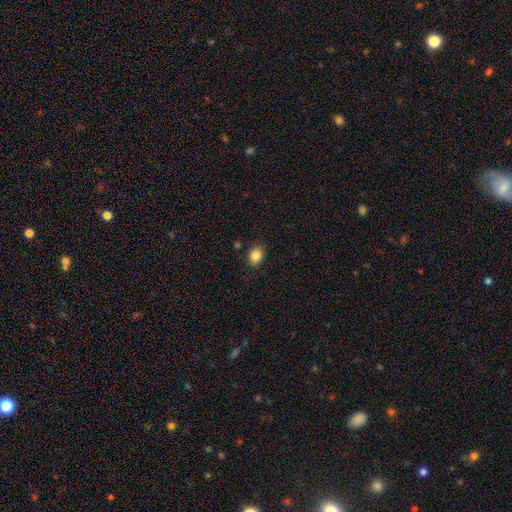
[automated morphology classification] smooth_or_featured: smooth (p=0.85) [alt: star or artifact p=0.09]
how_rounded: in between (p=0.59) [alt: round p=0.40]
merging: none (p=0.86) [alt: minor disturbance p=0.10]